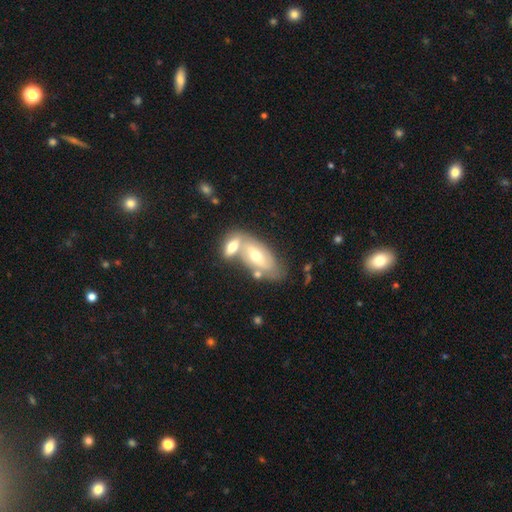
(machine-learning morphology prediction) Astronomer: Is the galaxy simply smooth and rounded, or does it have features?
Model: featured or disk — 53% (runner-up: smooth, 39%).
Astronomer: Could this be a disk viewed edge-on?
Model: no — 81%.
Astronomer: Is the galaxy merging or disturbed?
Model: merger — 50% (runner-up: none, 34%).